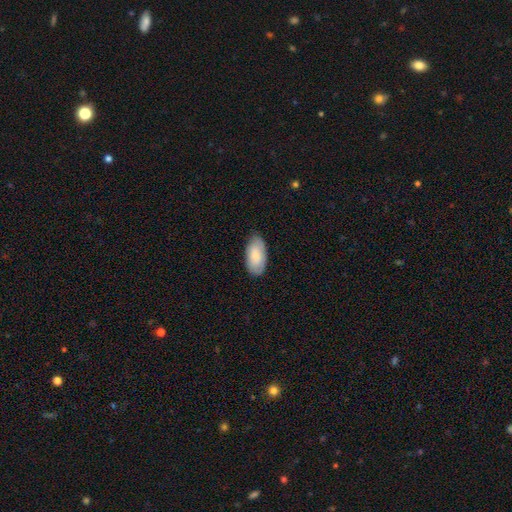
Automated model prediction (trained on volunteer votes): A smooth galaxy with no disk features (81%) that is in between round and cigar-shaped (95%).

Vote fractions:
- Smooth or featured? smooth: 81% / featured or disk: 14% / star or artifact: 5%
- How rounded? in between: 95% / cigar-shaped: 3% / round: 2%
- Merging? none: 81% / minor disturbance: 15% / major disturbance: 3% / merger: 1%